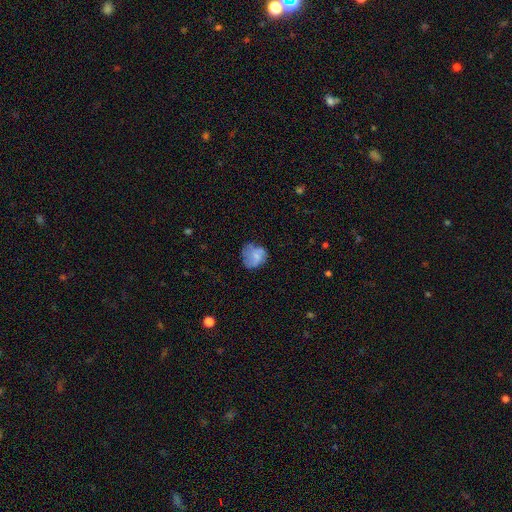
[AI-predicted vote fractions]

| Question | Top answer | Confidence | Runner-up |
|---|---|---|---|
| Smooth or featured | smooth | 59% | featured or disk (32%) |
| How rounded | round | 71% | in between (28%) |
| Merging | none | 53% | minor disturbance (29%) |